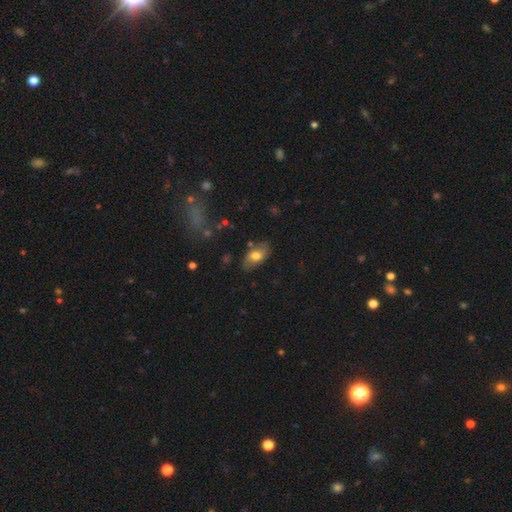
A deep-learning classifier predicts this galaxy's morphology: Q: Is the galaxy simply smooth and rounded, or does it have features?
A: smooth — 64%.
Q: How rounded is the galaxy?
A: in between — 91%.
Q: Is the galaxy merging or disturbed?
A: none — 78%.